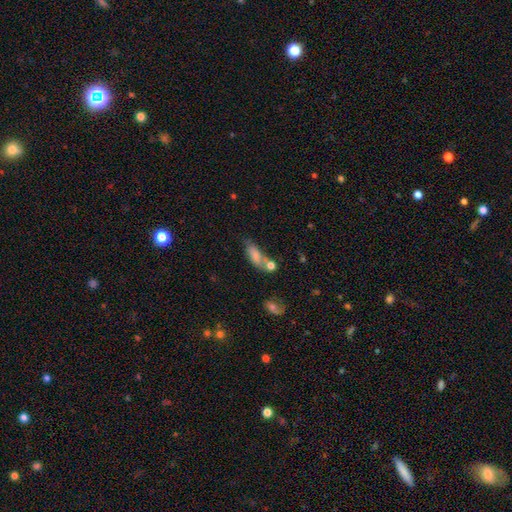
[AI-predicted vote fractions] Q: Smooth or featured?
A: smooth (73%); runner-up: featured or disk (18%)
Q: How rounded?
A: in between (73%); runner-up: cigar-shaped (23%)
Q: Merging?
A: none (36%); runner-up: merger (32%)